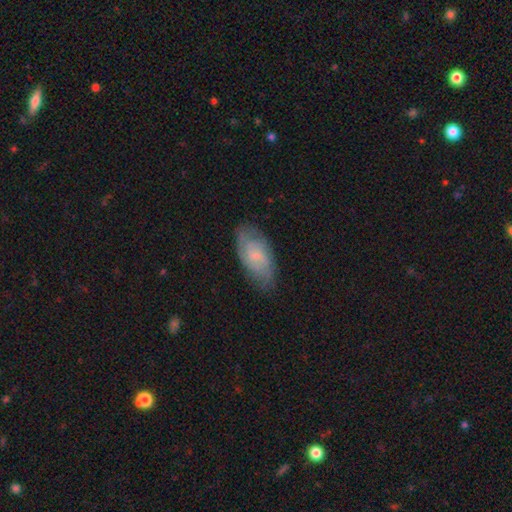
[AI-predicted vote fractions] Smooth or featured?
  - featured or disk: 55% *
  - smooth: 38%
  - star or artifact: 7%
Edge-on disk?
  - no: 93% *
  - yes: 7%
Bar?
  - no: 54% *
  - weak: 40%
  - strong: 6%
Spiral arms?
  - yes: 85% *
  - no: 15%
Bulge size?
  - small: 66% *
  - moderate: 20%
  - none: 12%
  - large: 1%
  - dominant: 1%
Merging?
  - none: 73% *
  - minor disturbance: 20%
  - major disturbance: 5%
  - merger: 1%